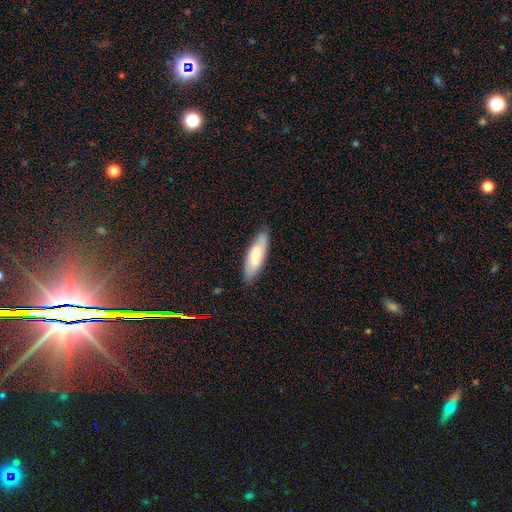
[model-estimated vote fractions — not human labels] Smooth or featured?
  - smooth: 62% *
  - featured or disk: 33%
  - star or artifact: 6%
How rounded?
  - in between: 51% *
  - cigar-shaped: 47%
  - round: 2%
Merging?
  - none: 82% *
  - minor disturbance: 14%
  - major disturbance: 3%
  - merger: 1%